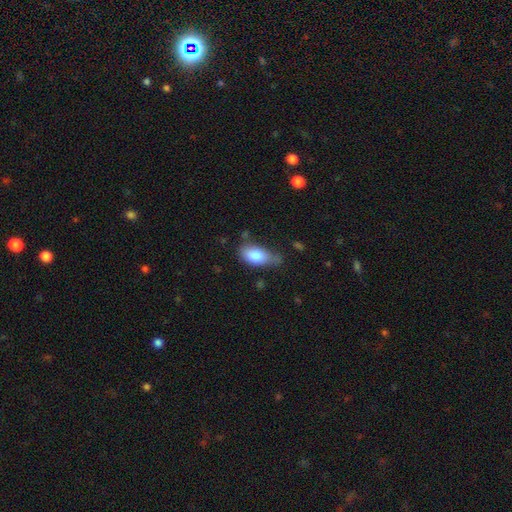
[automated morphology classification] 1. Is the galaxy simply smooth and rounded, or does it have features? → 82% smooth, 11% featured or disk, 7% star or artifact.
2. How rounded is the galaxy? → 90% in between, 5% cigar-shaped, 5% round.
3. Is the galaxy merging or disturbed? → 43% none, 40% minor disturbance, 12% major disturbance, 5% merger.